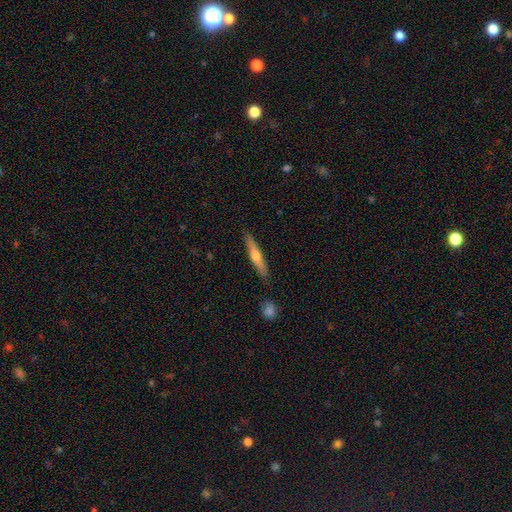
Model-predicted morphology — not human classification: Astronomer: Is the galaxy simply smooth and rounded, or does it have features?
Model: featured or disk — 49% (runner-up: smooth, 46%).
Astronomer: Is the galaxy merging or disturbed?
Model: none — 87%.